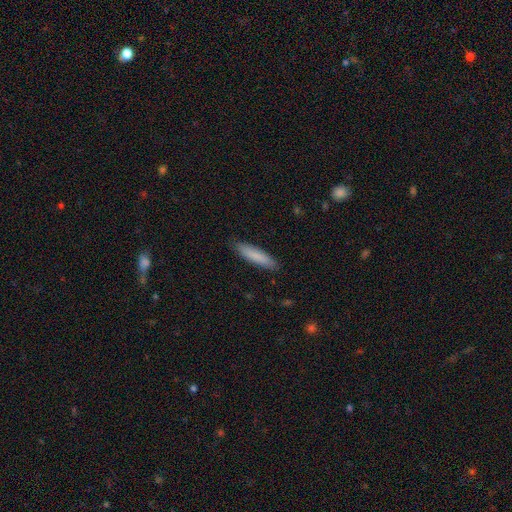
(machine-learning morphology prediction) Smooth or featured? Predicted: smooth (p=0.84). How rounded? Predicted: cigar-shaped (p=0.80). Merging? Predicted: none (p=0.88).